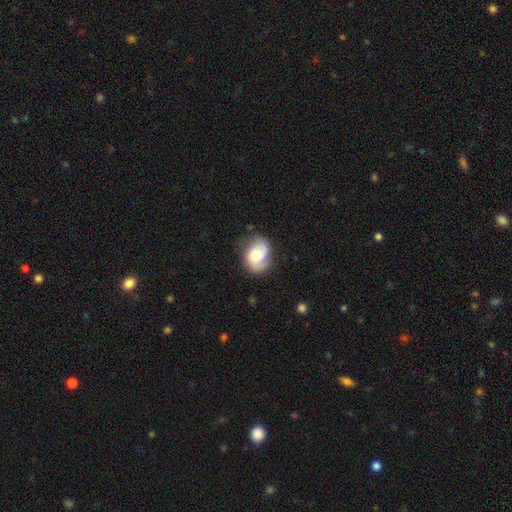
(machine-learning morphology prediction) smooth_or_featured: featured or disk (p=0.56) [alt: smooth p=0.37]
disk_edge_on: no (p=0.97) [alt: yes p=0.03]
bar: no (p=0.71) [alt: weak p=0.25]
has_spiral_arms: yes (p=0.89) [alt: no p=0.11]
bulge_size: moderate (p=0.47) [alt: small p=0.29]
merging: none (p=0.63) [alt: minor disturbance p=0.25]